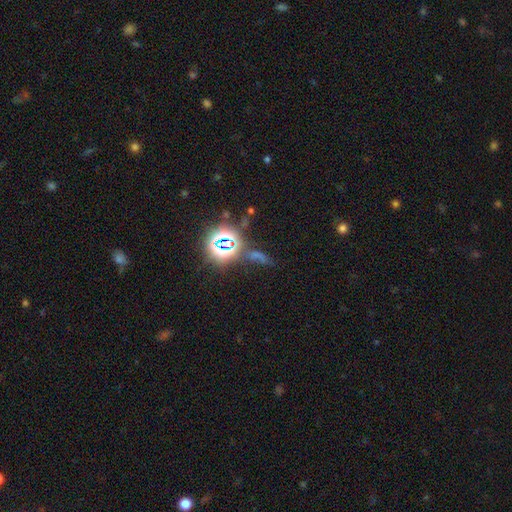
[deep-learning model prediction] smooth-or-featured: star or artifact: 66% | smooth: 22% | featured or disk: 12%